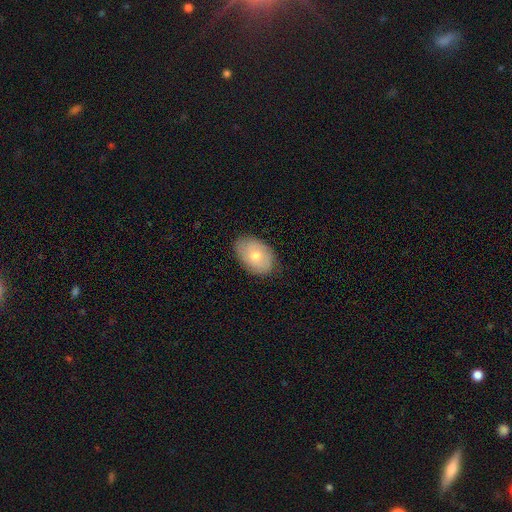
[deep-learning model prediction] A smooth galaxy with no disk features (68%) that is in between round and cigar-shaped (87%).

Vote fractions:
- Smooth or featured? smooth: 68% / featured or disk: 26% / star or artifact: 6%
- How rounded? in between: 87% / round: 12% / cigar-shaped: 1%
- Merging? none: 80% / minor disturbance: 16% / major disturbance: 3% / merger: 1%